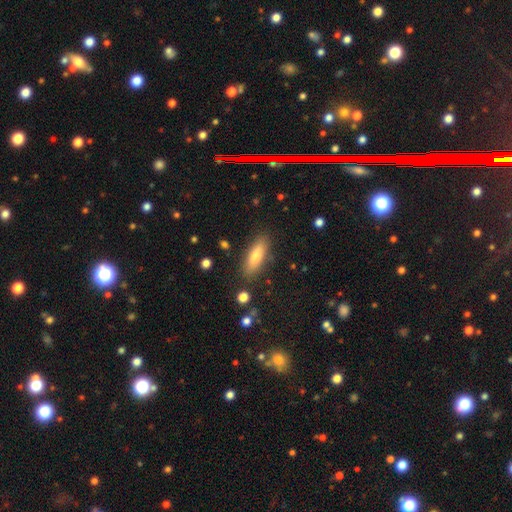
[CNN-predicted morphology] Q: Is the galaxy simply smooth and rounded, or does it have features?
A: smooth — 68%.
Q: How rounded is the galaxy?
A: in between — 55%.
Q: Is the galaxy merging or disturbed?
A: none — 86%.